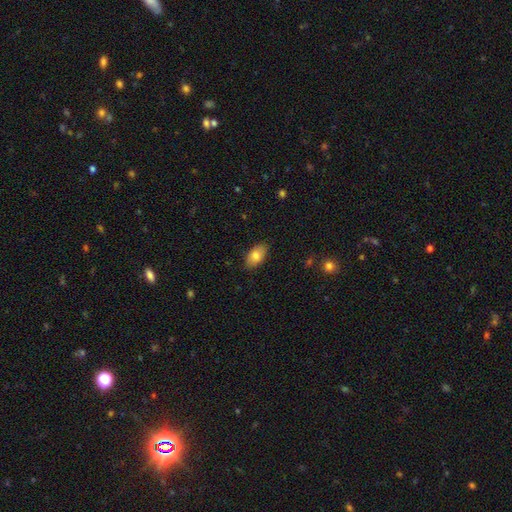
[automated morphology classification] This appears to be a smooth galaxy with no disk features (81%) that is in between round and cigar-shaped (93%). Merging: none (86%).